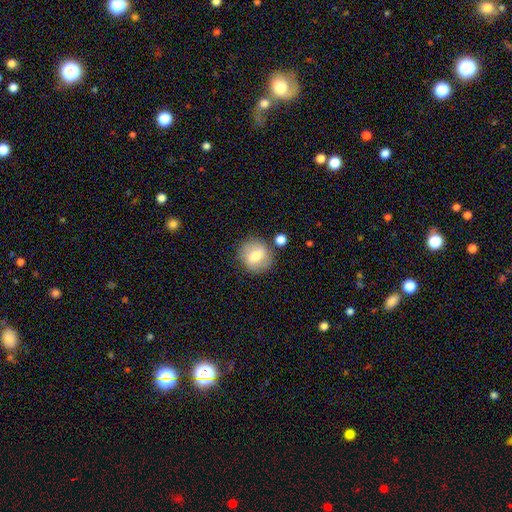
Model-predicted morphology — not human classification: The model was most divided on "smooth or featured": smooth: 69%, featured or disk: 23%, star or artifact: 8%. More confident: how rounded — round (82%); merging — none (75%).